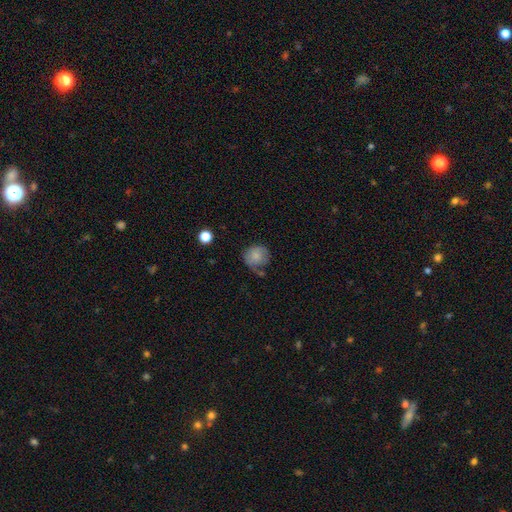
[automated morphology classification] Overall: smooth (76%). How rounded: round (84%). Merging: none (51%; minor disturbance 28%).